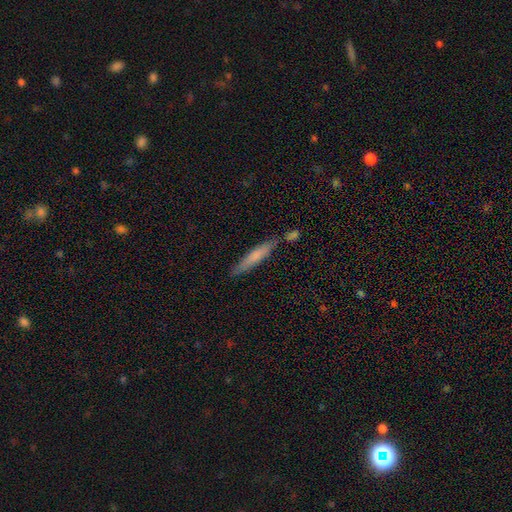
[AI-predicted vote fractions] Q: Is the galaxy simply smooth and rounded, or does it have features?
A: smooth — 67%.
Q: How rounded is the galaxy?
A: cigar-shaped — 92%.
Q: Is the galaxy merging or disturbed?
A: none — 72%.